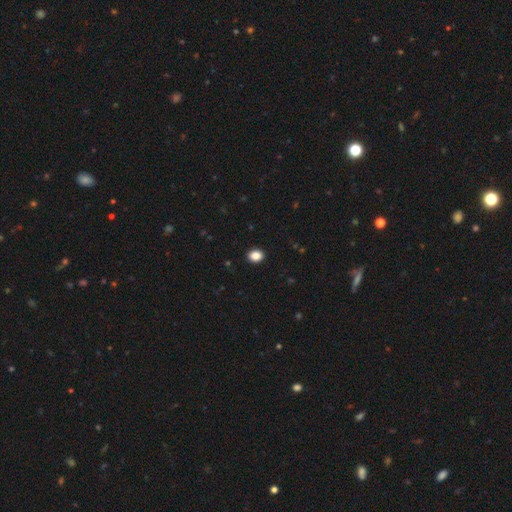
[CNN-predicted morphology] This appears to be a smooth galaxy with no disk features (88%) that is in between round and cigar-shaped (56%). Merging: none (92%).